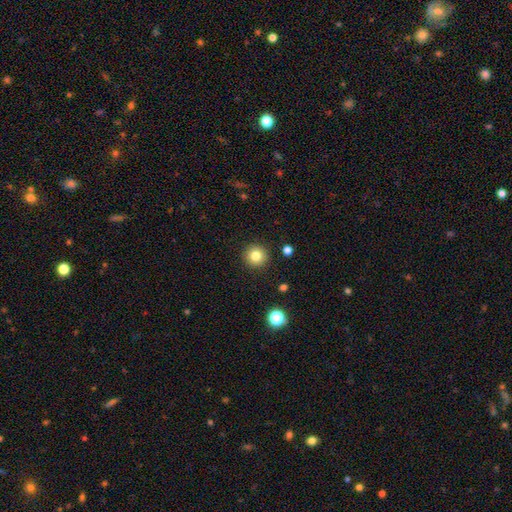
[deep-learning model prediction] Smooth or featured? smooth (81%)
How rounded? round (95%)
Merging? none (92%)